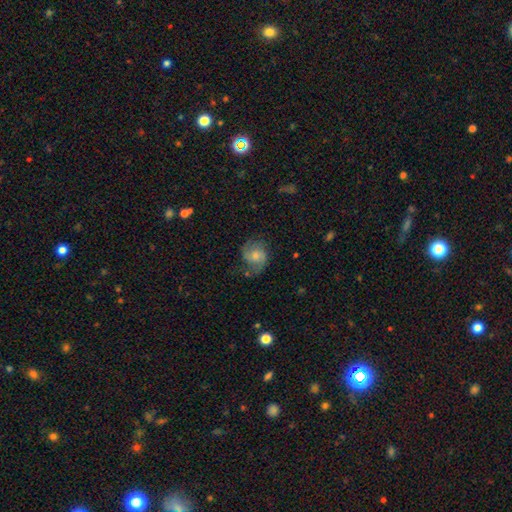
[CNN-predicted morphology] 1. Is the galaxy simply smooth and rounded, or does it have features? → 57% featured or disk, 35% smooth, 8% star or artifact.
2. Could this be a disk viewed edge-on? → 98% no, 2% yes.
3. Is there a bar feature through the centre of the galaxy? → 64% no, 31% weak, 5% strong.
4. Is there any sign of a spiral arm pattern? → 88% yes, 12% no.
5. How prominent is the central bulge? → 45% small, 43% moderate, 6% none, 4% large, 1% dominant.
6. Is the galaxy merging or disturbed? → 59% none, 25% minor disturbance, 14% major disturbance, 3% merger.